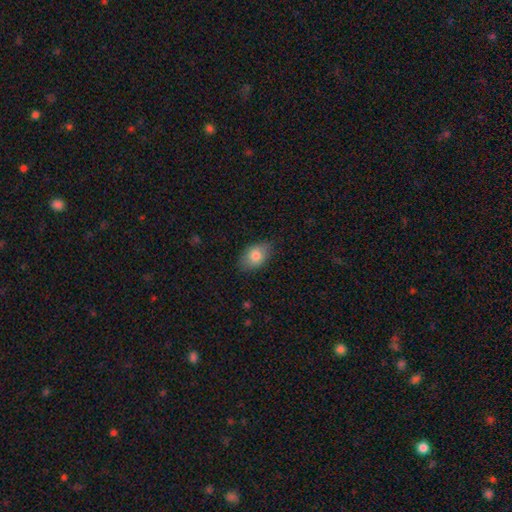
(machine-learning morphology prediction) Smooth or featured? smooth (80%)
How rounded? in between (87%)
Merging? none (80%)